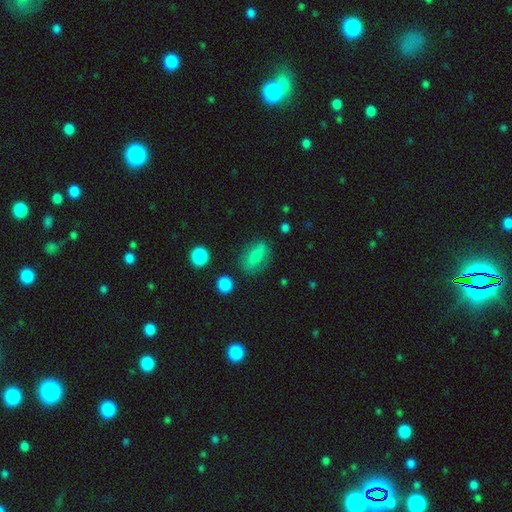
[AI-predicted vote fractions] smooth_or_featured: smooth (p=0.69) [alt: featured or disk p=0.21]
how_rounded: in between (p=0.78) [alt: round p=0.15]
merging: none (p=0.70) [alt: minor disturbance p=0.19]